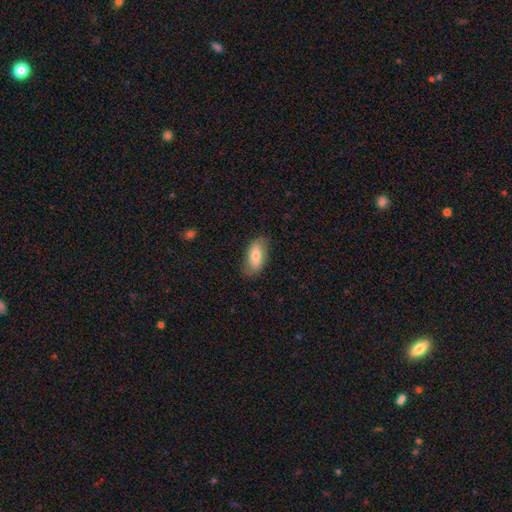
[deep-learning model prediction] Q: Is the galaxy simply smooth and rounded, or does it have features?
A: smooth — 69%.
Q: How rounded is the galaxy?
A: in between — 92%.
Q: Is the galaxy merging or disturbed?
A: none — 76%.